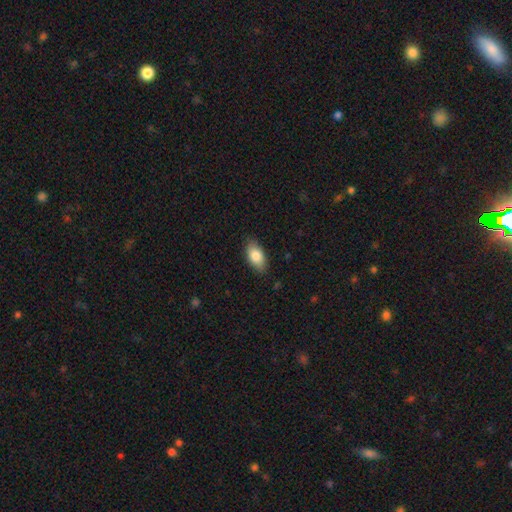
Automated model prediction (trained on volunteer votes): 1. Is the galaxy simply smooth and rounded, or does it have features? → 82% smooth, 11% featured or disk, 7% star or artifact.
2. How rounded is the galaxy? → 92% in between, 4% round, 4% cigar-shaped.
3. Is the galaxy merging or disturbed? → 84% none, 12% minor disturbance, 2% major disturbance, 1% merger.